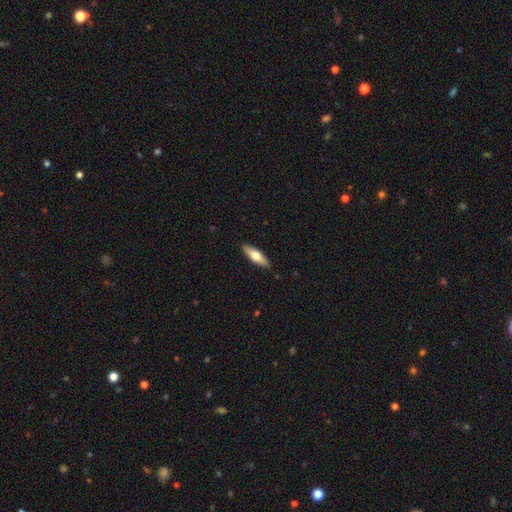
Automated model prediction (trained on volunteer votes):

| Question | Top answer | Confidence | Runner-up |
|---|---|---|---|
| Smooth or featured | smooth | 59% | featured or disk (36%) |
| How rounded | cigar-shaped | 56% | in between (42%) |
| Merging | none | 89% | minor disturbance (8%) |